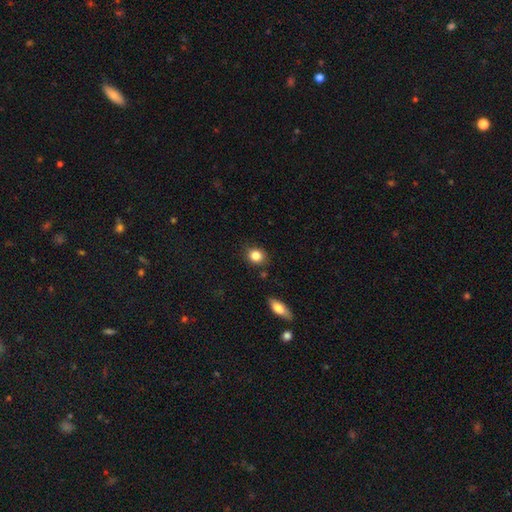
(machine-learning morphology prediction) type=smooth (84%); roundness=round (71%); merging=none (83%).